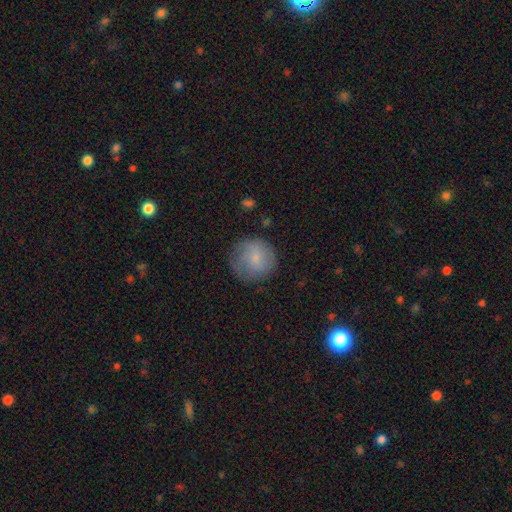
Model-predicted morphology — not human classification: Smooth or featured?
  - smooth: 76% *
  - featured or disk: 17%
  - star or artifact: 8%
How rounded?
  - round: 93% *
  - in between: 6%
  - cigar-shaped: 1%
Merging?
  - none: 77% *
  - minor disturbance: 17%
  - major disturbance: 5%
  - merger: 1%